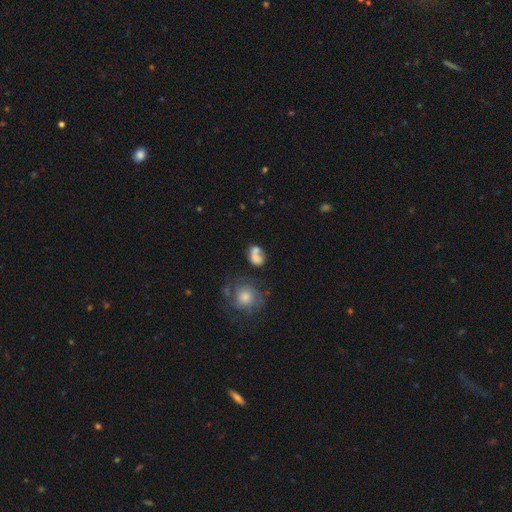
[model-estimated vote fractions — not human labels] Morphology: type=smooth (65%); roundness=in between (60%); merging=merger (43%).